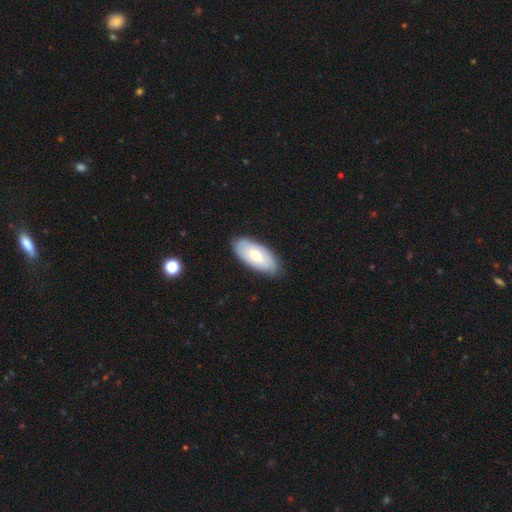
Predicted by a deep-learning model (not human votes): This appears to be a smooth galaxy with no disk features (48%). Merging: none (83%).